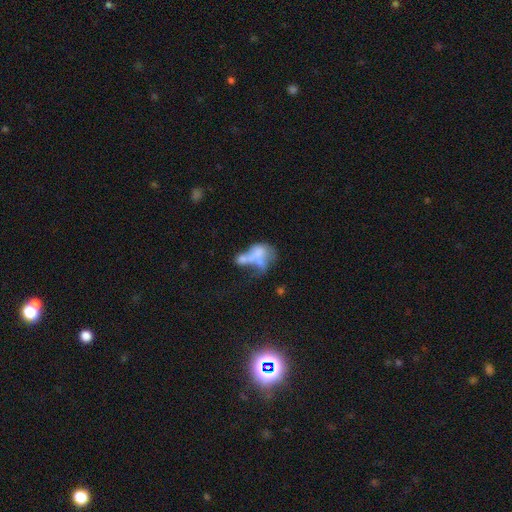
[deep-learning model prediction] The model was most divided on "smooth or featured": featured or disk: 44%, smooth: 43%, star or artifact: 13%. More confident: merging — merger (52%).